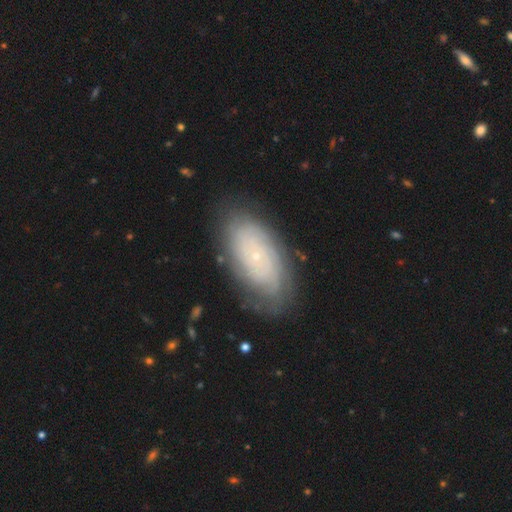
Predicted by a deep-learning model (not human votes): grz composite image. It shows a featured or disk galaxy (68%) with no bar (86%), tight (79%) spiral arms (84%) and a small central bulge (89%). Merging: none (77%).